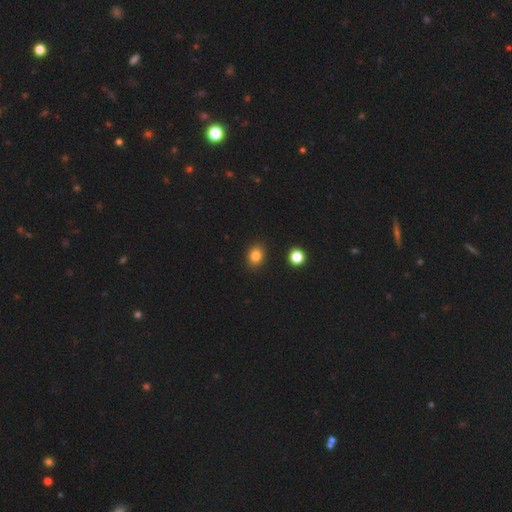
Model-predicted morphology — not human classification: The model was most divided on "how rounded": in between: 53%, round: 46%, cigar-shaped: 1%. More confident: merging — none (88%); smooth or featured — smooth (83%).